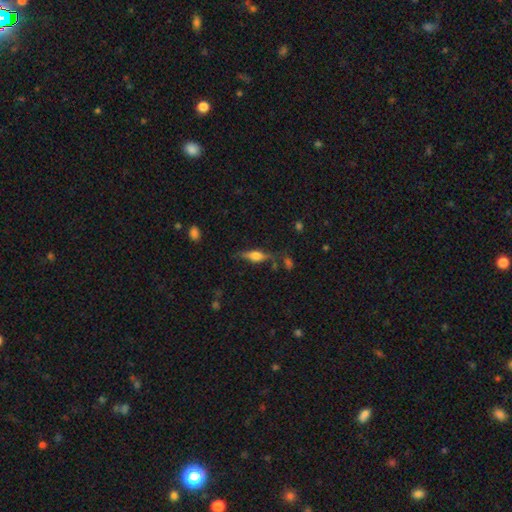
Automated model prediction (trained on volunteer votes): The model was most divided on "smooth or featured": featured or disk: 63%, smooth: 29%, star or artifact: 8%. More confident: edge-on disk — yes (95%); edge-on bulge — rounded (89%); merging — none (78%).